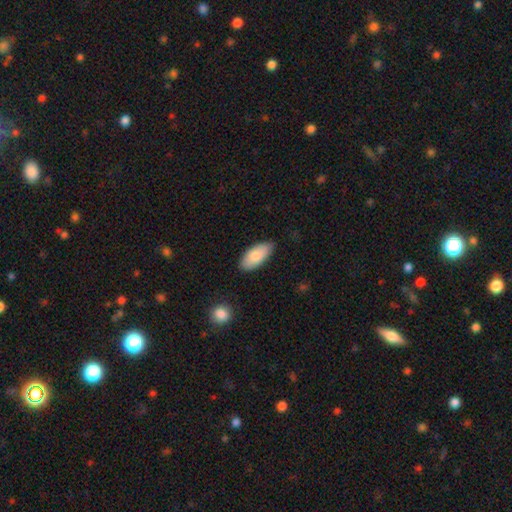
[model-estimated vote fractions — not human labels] Smooth or featured: smooth — 79% (featured or disk — 15%)
How rounded: in between — 92% (cigar-shaped — 6%)
Merging: none — 82% (minor disturbance — 14%)